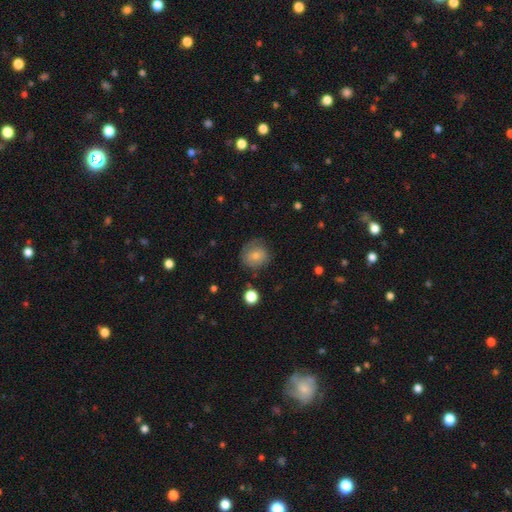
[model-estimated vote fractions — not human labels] Morphology: type=smooth (72%); roundness=round (86%); merging=none (71%).